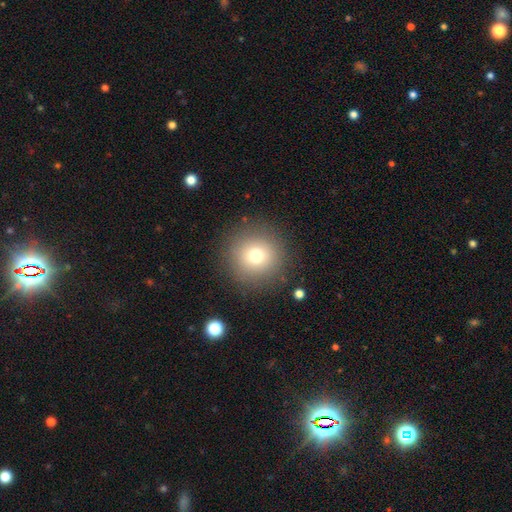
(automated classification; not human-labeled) smooth_or_featured: smooth (p=0.73) [alt: star or artifact p=0.14]
how_rounded: round (p=0.96) [alt: in between p=0.03]
merging: none (p=0.89) [alt: minor disturbance p=0.06]